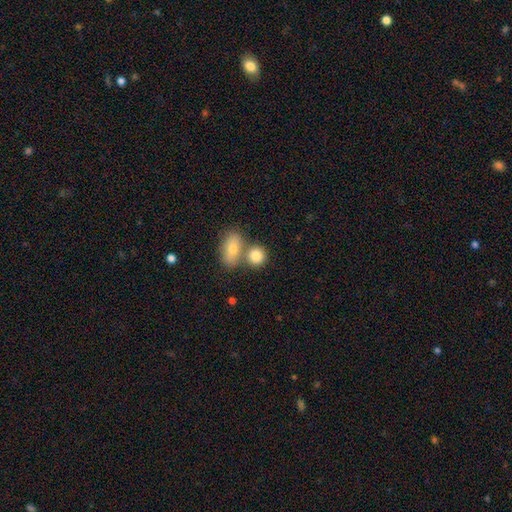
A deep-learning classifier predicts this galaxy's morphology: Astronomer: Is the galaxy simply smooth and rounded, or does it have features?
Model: smooth — 82%.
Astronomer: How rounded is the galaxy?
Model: round — 69%.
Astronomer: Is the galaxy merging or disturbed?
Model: none — 49% (runner-up: merger, 40%).